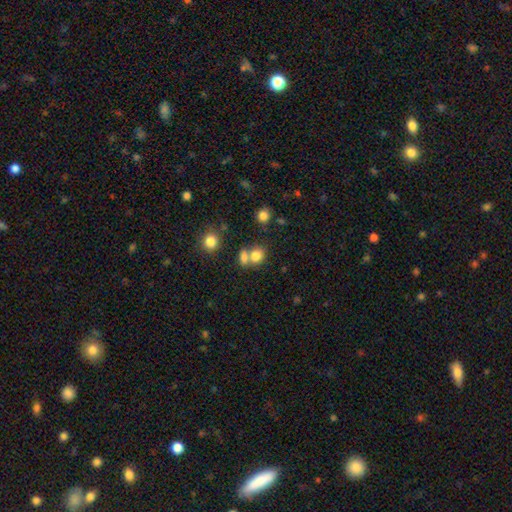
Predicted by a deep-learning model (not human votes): A smooth galaxy with no disk features (79%) that is round (60%).

Vote fractions:
- Smooth or featured? smooth: 79% / star or artifact: 12% / featured or disk: 9%
- How rounded? round: 60% / in between: 38% / cigar-shaped: 1%
- Merging? none: 44% / merger: 43% / minor disturbance: 9% / major disturbance: 5%